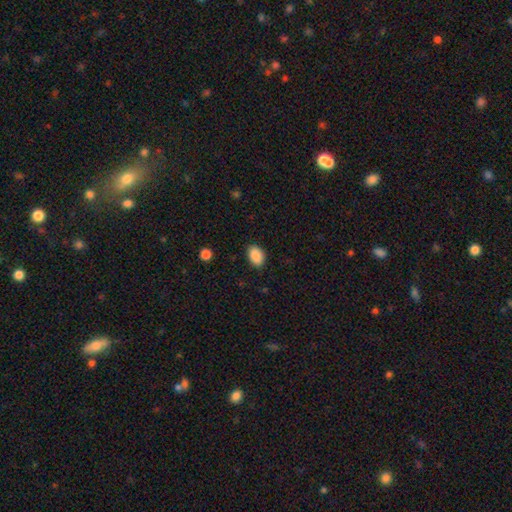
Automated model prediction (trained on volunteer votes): This is clearly a smooth galaxy (90%). How rounded: clearly in between (86%). Merging: clearly none (86%).